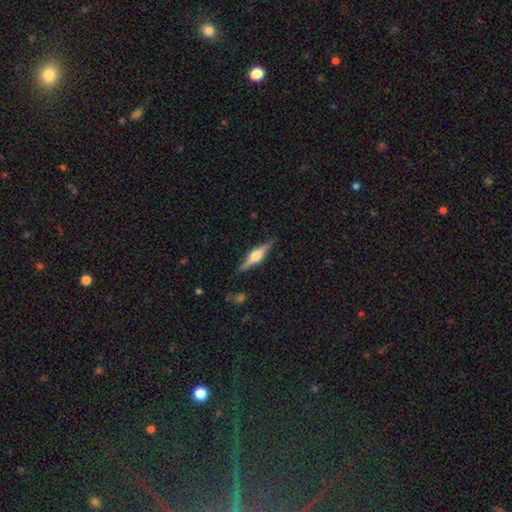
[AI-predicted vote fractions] A featured or disk galaxy (79%) viewed edge-on (98%) with a rounded central bulge (93%). Merging: none (89%).